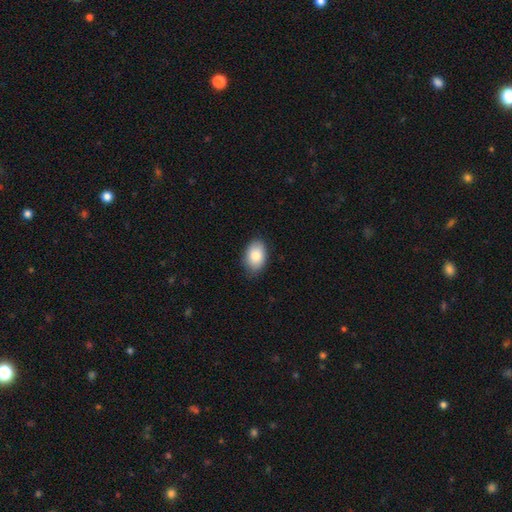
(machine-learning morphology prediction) A smooth galaxy with no disk features (84%) that is in between round and cigar-shaped (88%). Merging: none (84%).